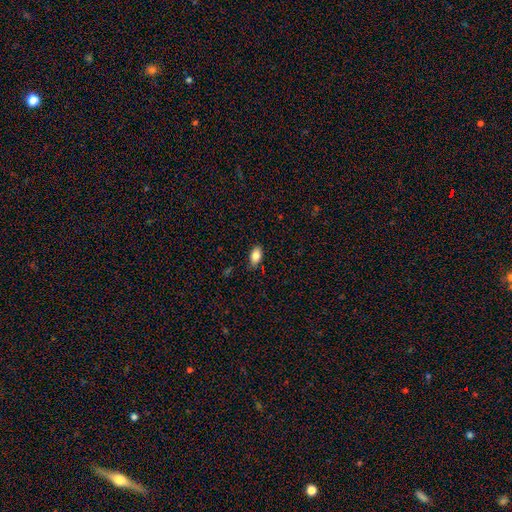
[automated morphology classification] Q: Smooth or featured?
A: smooth (84%); runner-up: star or artifact (8%)
Q: How rounded?
A: in between (91%); runner-up: round (7%)
Q: Merging?
A: none (84%); runner-up: minor disturbance (12%)